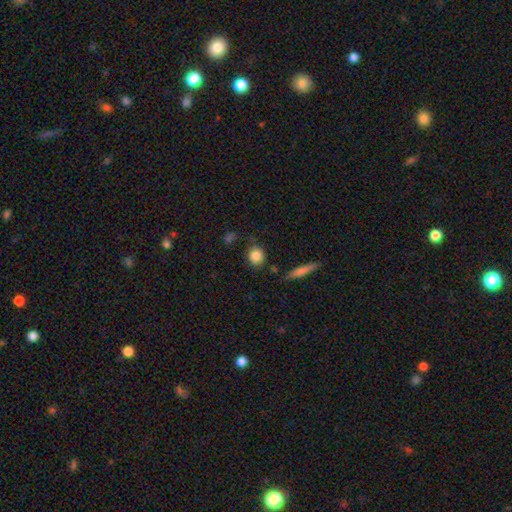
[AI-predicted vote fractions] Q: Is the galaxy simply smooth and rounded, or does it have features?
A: smooth — 85%.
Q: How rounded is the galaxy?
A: round — 80%.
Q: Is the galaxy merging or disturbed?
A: none — 78%.